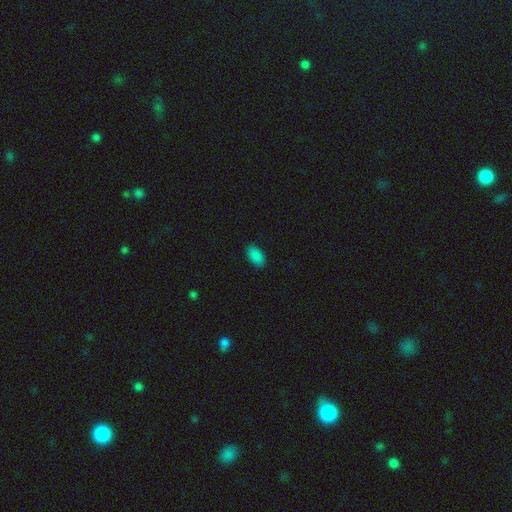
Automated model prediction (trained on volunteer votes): Overall: smooth (87%). How rounded: in between (94%). Merging: none (88%).